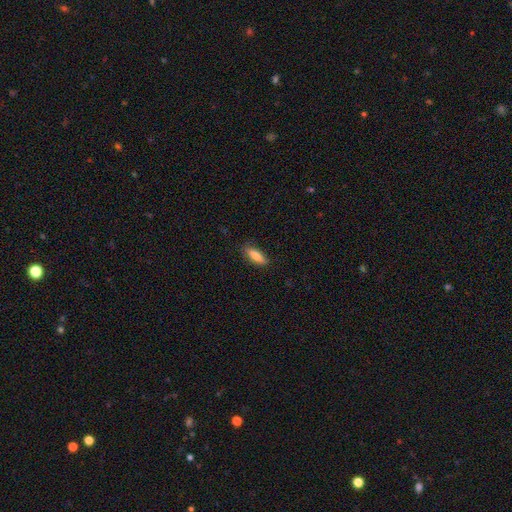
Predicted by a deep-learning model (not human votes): Q: Smooth or featured?
A: smooth (82%); runner-up: featured or disk (11%)
Q: How rounded?
A: in between (54%); runner-up: cigar-shaped (45%)
Q: Merging?
A: none (83%); runner-up: minor disturbance (13%)